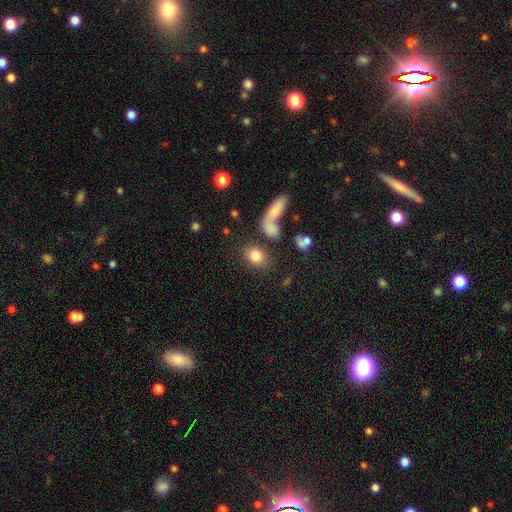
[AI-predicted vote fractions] Overall: smooth (81%). How rounded: in between (50%; round 48%). Merging: none (73%).